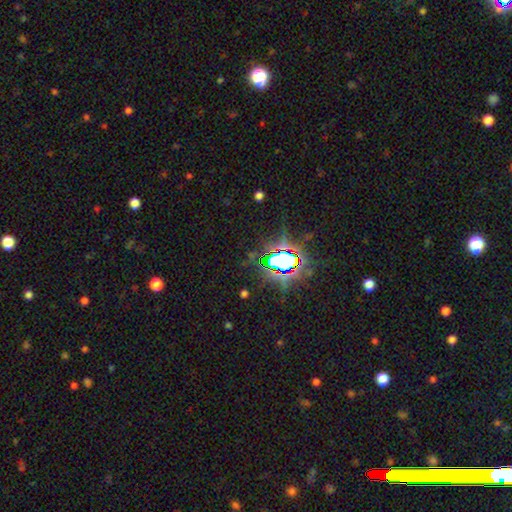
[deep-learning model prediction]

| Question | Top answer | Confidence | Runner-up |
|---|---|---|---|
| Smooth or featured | star or artifact | 82% | smooth (10%) |